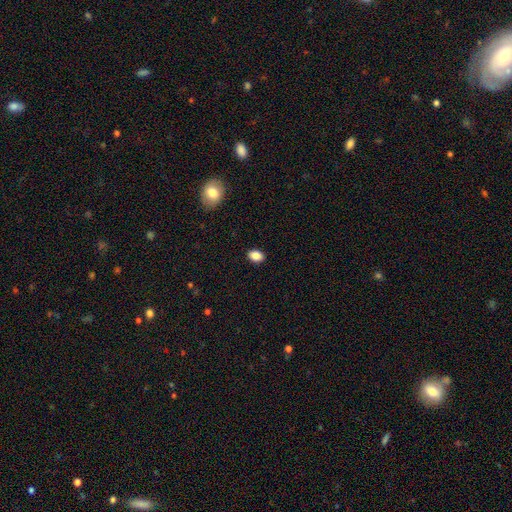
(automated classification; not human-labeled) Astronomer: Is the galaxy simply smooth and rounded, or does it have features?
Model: smooth — 87%.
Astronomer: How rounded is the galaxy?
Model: in between — 76%.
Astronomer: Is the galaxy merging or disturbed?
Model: none — 89%.